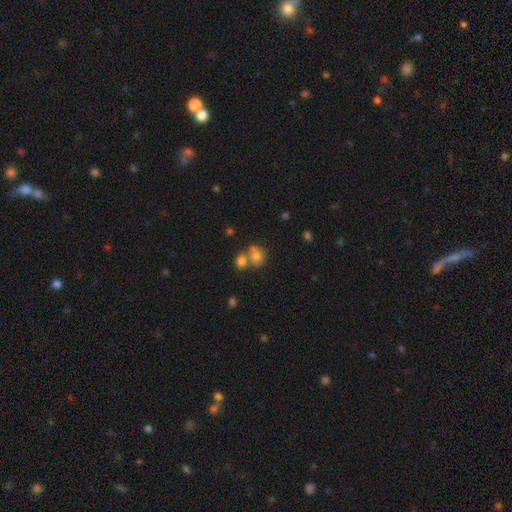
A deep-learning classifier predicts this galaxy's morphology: Smooth or featured? Predicted: smooth (p=0.75). How rounded? Predicted: round (p=0.61). Merging? Predicted: merger (p=0.49).